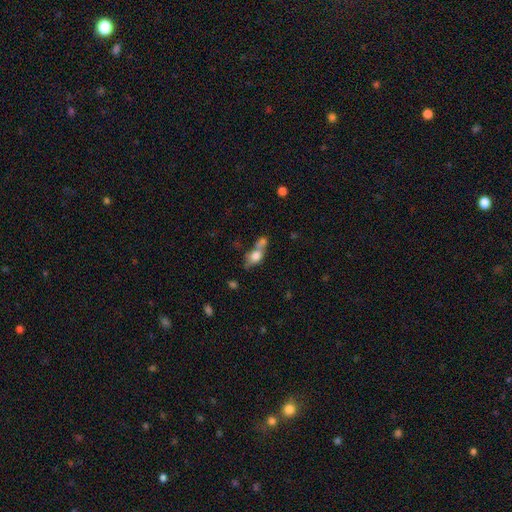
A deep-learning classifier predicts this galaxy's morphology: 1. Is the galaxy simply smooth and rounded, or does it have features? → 67% smooth, 23% featured or disk, 10% star or artifact.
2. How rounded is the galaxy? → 59% in between, 31% round, 10% cigar-shaped.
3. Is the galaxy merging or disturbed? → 47% merger, 30% none, 13% minor disturbance, 9% major disturbance.